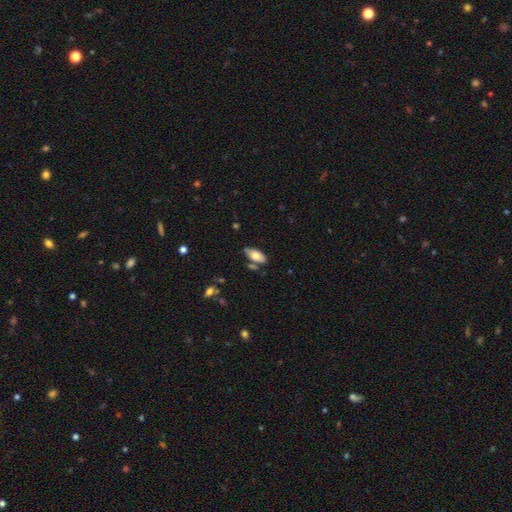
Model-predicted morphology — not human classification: A smooth galaxy with no disk features (74%) that is in between round and cigar-shaped (90%).

Vote fractions:
- Smooth or featured? smooth: 74% / featured or disk: 19% / star or artifact: 7%
- How rounded? in between: 90% / cigar-shaped: 8% / round: 2%
- Merging? none: 70% / minor disturbance: 17% / merger: 9% / major disturbance: 4%